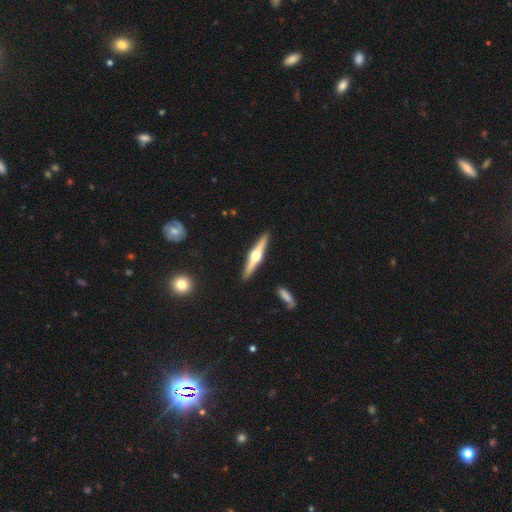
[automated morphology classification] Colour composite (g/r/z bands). It shows a featured or disk galaxy (75%) viewed edge-on (98%) with a rounded central bulge (95%). Merging: none (91%).